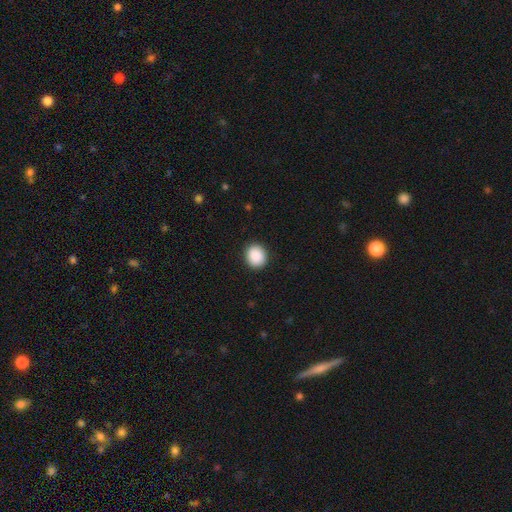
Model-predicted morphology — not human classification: A smooth galaxy with no disk features (89%) that is round (76%).

Vote fractions:
- Smooth or featured? smooth: 89% / star or artifact: 8% / featured or disk: 3%
- How rounded? round: 76% / in between: 23% / cigar-shaped: 1%
- Merging? none: 91% / minor disturbance: 7% / major disturbance: 2% / merger: 1%